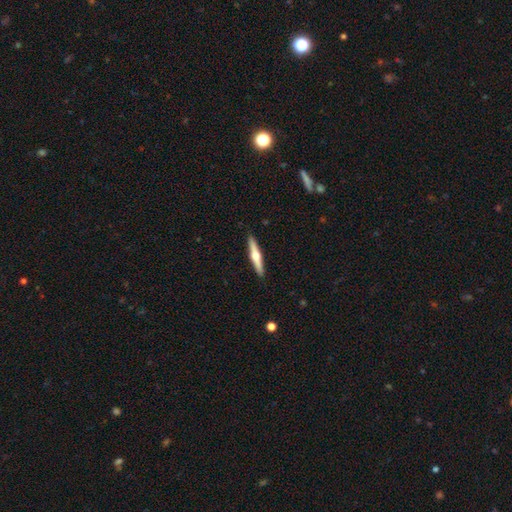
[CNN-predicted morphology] This is likely a featured or disk galaxy (64%). It is clearly viewed edge-on (97%). Edge-on bulge: clearly rounded (95%). Merging: clearly none (92%).